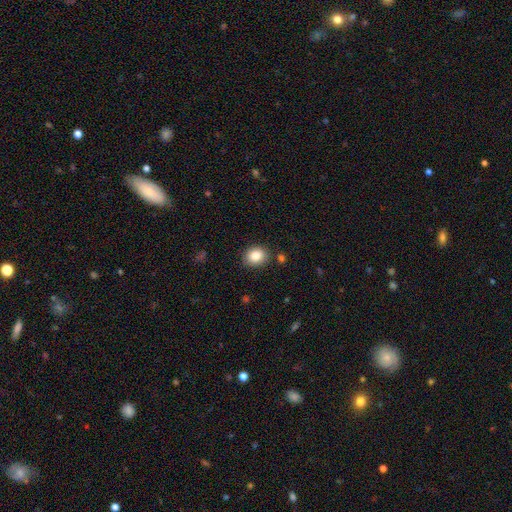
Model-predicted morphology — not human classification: smooth-or-featured: smooth: 85% | star or artifact: 9% | featured or disk: 6%
  how-rounded: round: 52% | in between: 48% | cigar-shaped: 1%
  merging: none: 85% | minor disturbance: 10% | major disturbance: 3% | merger: 2%